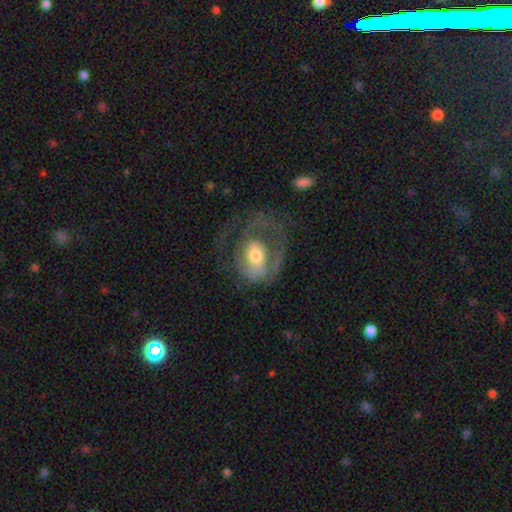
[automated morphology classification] This is likely a featured or disk galaxy (61%). It is clearly not viewed edge-on (95%). Bar: possibly no (59%). Spiral arm pattern: likely yes (61%). Central bulge: likely moderate (65%). Merging: marginally major disturbance (44%).